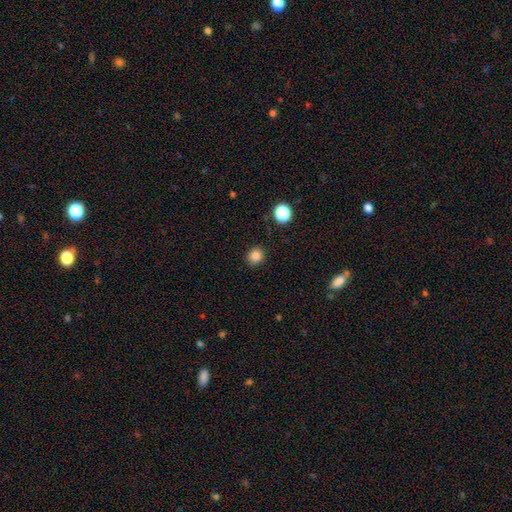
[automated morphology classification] Smooth or featured? smooth (83%)
How rounded? round (81%)
Merging? none (89%)